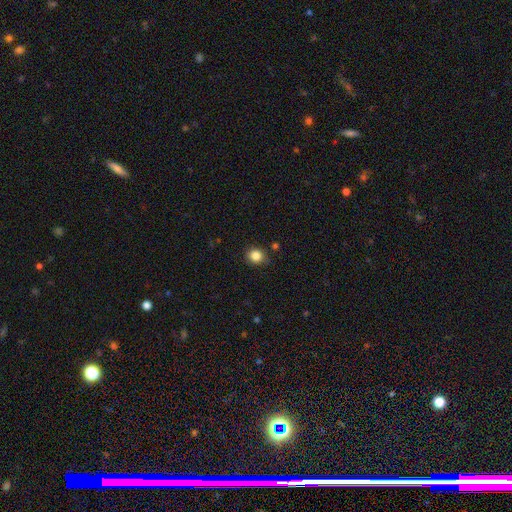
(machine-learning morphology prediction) A smooth galaxy with no disk features (84%) that is round (82%). Merging: none (84%).